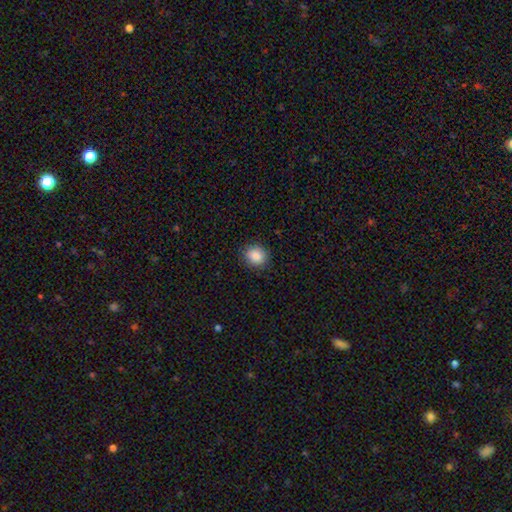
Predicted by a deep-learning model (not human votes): Smooth or featured? Predicted: smooth (p=0.88). How rounded? Predicted: round (p=0.73). Merging? Predicted: none (p=0.88).